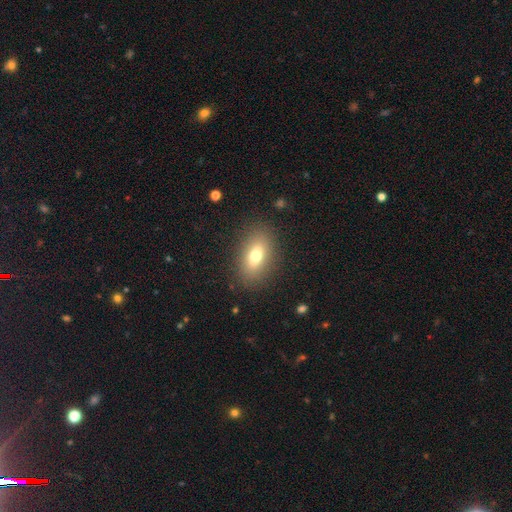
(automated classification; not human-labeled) smooth 73%, featured or disk 17%, star or artifact 10%. Down the decision tree: how rounded — in between (85%); merging — none (86%).